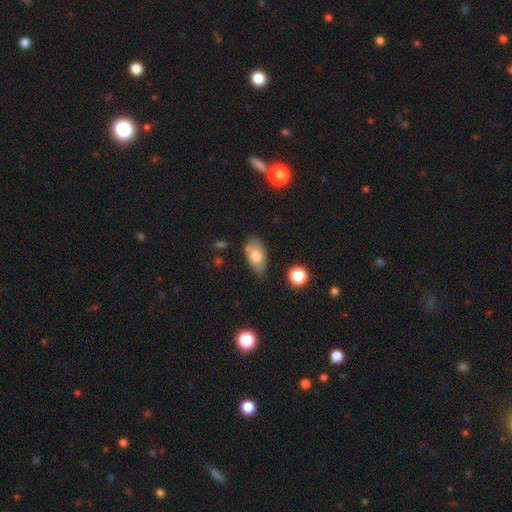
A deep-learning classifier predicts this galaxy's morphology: This is likely a smooth galaxy (70%). How rounded: clearly in between (91%). Merging: likely none (66%).